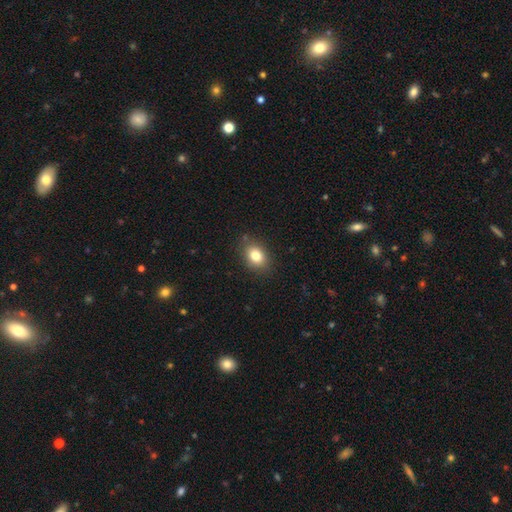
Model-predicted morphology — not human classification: The model was most divided on "how rounded": in between: 70%, round: 29%, cigar-shaped: 1%. More confident: merging — none (84%); smooth or featured — smooth (81%).